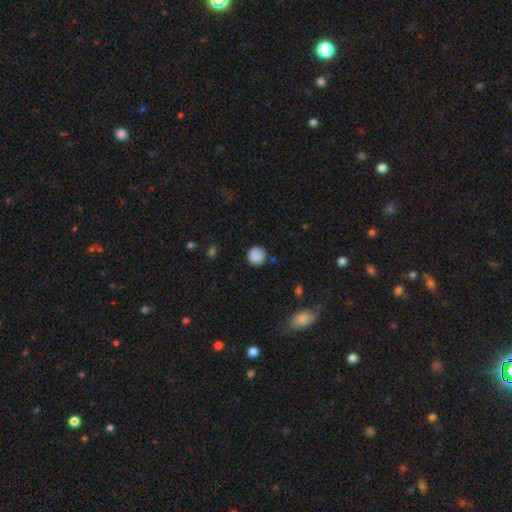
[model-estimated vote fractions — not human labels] Q: Smooth or featured?
A: smooth (86%); runner-up: star or artifact (9%)
Q: How rounded?
A: round (92%); runner-up: in between (7%)
Q: Merging?
A: none (82%); runner-up: minor disturbance (13%)